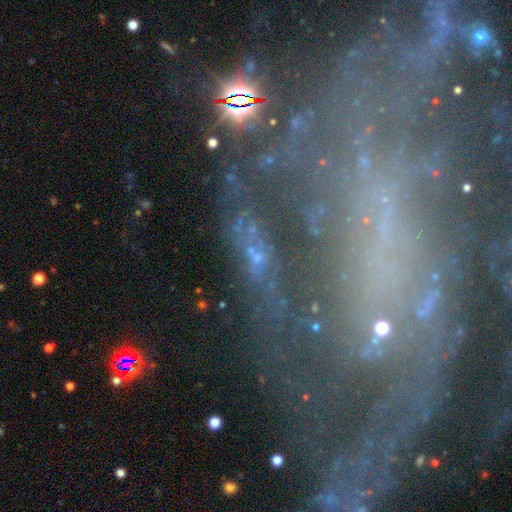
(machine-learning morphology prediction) The model was most divided on "smooth or featured": star or artifact: 50%, featured or disk: 32%, smooth: 17%.